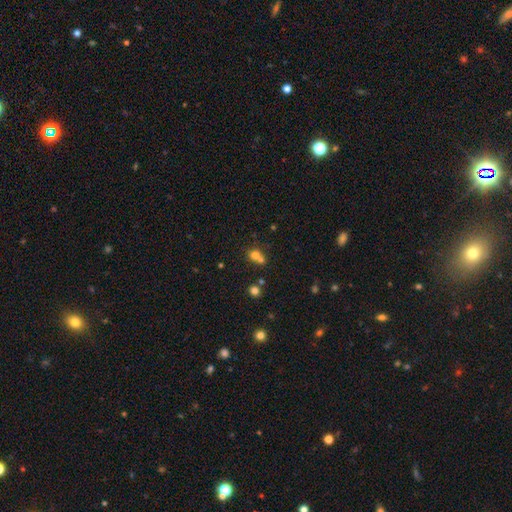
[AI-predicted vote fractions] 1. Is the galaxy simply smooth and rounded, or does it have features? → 70% smooth, 17% star or artifact, 13% featured or disk.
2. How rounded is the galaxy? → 79% round, 20% in between, 1% cigar-shaped.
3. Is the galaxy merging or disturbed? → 50% merger, 40% none, 7% minor disturbance, 3% major disturbance.